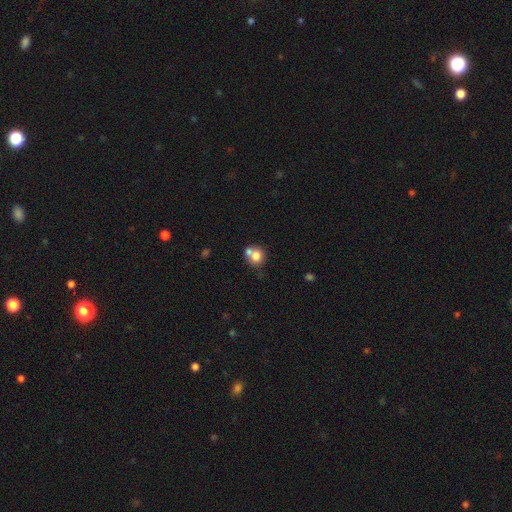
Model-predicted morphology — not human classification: A smooth galaxy with no disk features (75%) that is round (76%). Merging: merger (48%).